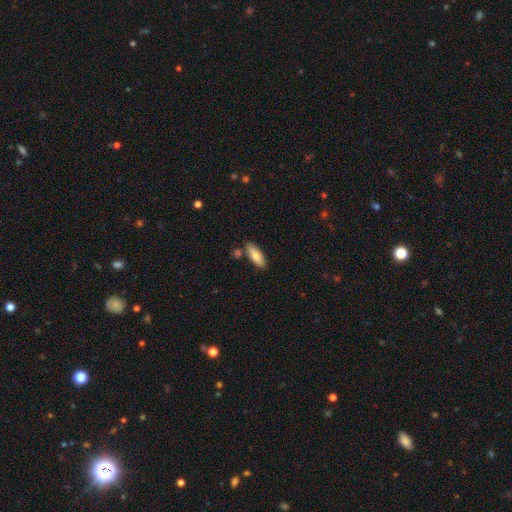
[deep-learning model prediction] This is clearly a smooth galaxy (82%). How rounded: likely in between (68%). Merging: likely none (79%).